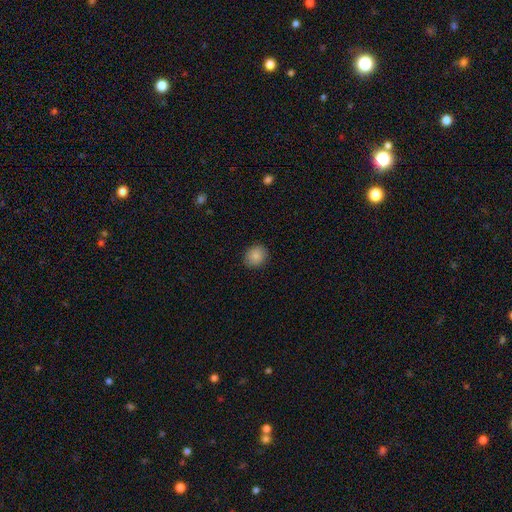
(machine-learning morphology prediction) Smooth or featured? smooth (87%)
How rounded? round (74%)
Merging? none (87%)